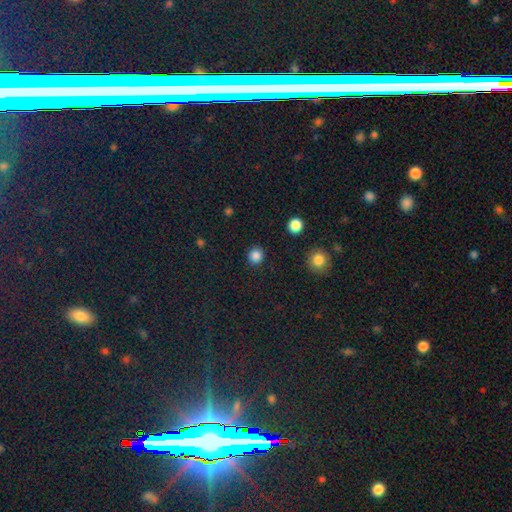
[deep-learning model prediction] Q: Smooth or featured?
A: smooth (86%); runner-up: star or artifact (11%)
Q: How rounded?
A: round (91%); runner-up: in between (8%)
Q: Merging?
A: none (91%); runner-up: minor disturbance (6%)